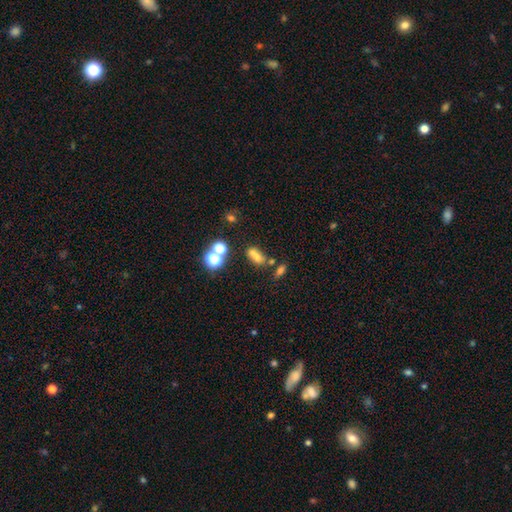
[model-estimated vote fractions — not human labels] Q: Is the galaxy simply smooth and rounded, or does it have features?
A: smooth — 61%.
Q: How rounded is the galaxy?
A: in between — 61%.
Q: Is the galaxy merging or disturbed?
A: merger — 44%.